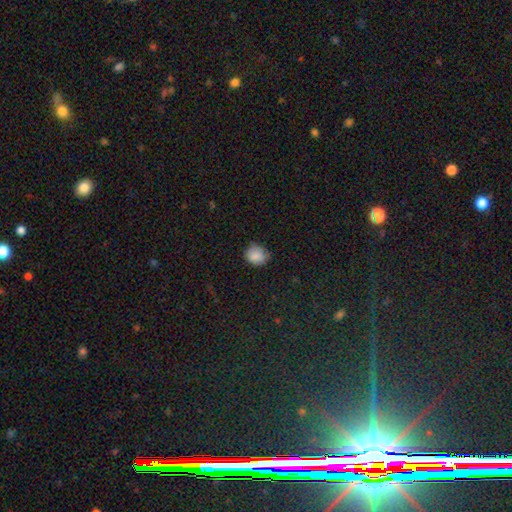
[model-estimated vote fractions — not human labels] Morphology: type=smooth (86%); roundness=round (75%); merging=none (72%).